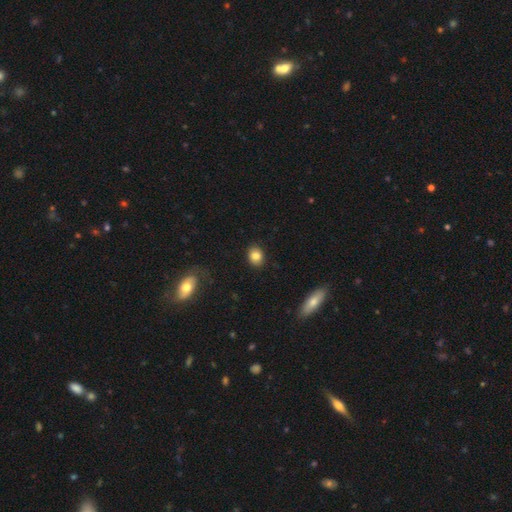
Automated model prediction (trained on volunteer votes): smooth_or_featured: smooth (p=0.84) [alt: star or artifact p=0.09]
how_rounded: round (p=0.51) [alt: in between p=0.48]
merging: none (p=0.87) [alt: minor disturbance p=0.09]